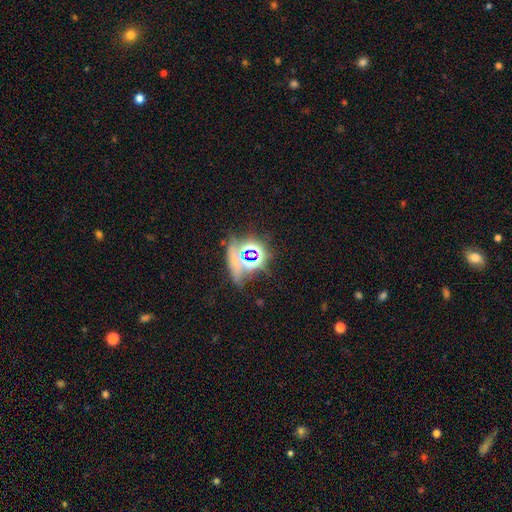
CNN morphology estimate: This is likely a star or artifact rather than a galaxy (66%).